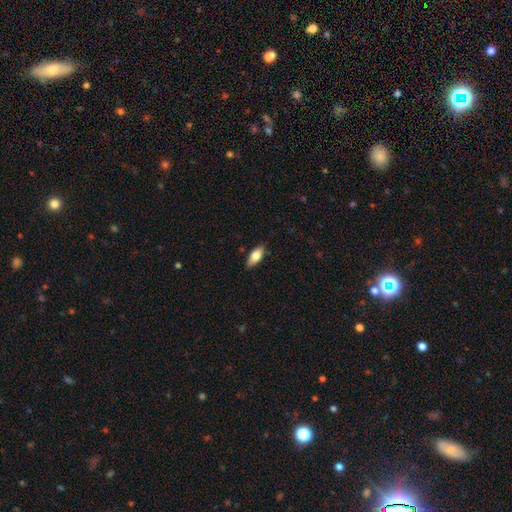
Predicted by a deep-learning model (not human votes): Smooth or featured? Predicted: smooth (p=0.74). How rounded? Predicted: in between (p=0.82). Merging? Predicted: none (p=0.84).